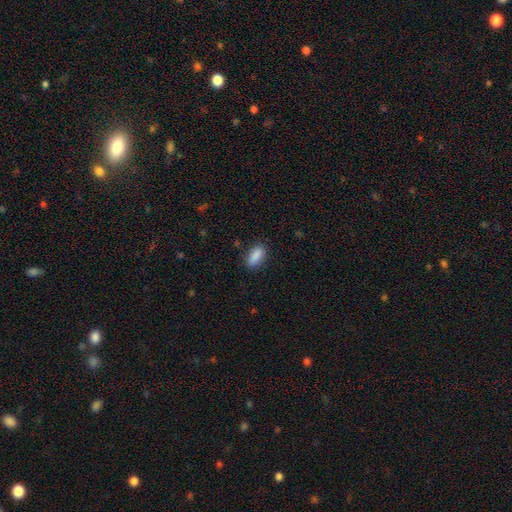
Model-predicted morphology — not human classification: smooth-or-featured: smooth: 88% | star or artifact: 7% | featured or disk: 5%
  how-rounded: in between: 82% | cigar-shaped: 15% | round: 3%
  merging: none: 84% | minor disturbance: 12% | major disturbance: 3% | merger: 1%